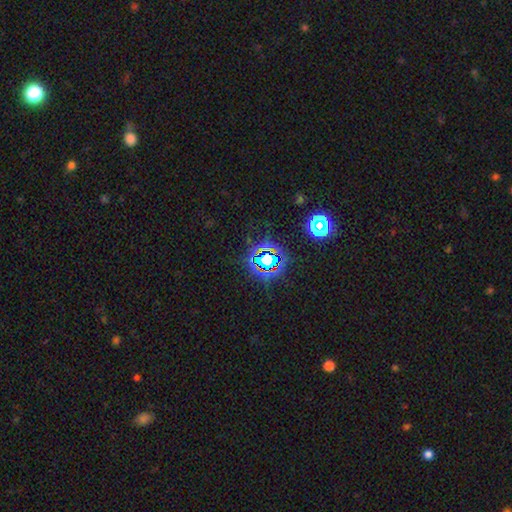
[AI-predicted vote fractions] The model was most divided on "smooth or featured": star or artifact: 77%, smooth: 15%, featured or disk: 8%.